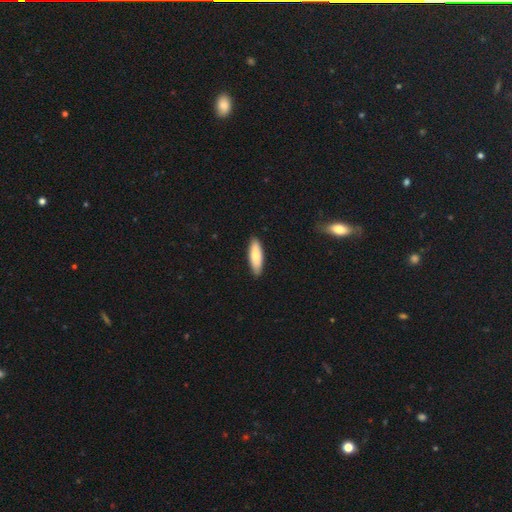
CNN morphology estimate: Overall: smooth (81%). How rounded: cigar-shaped (53%; in between 45%). Merging: none (89%).